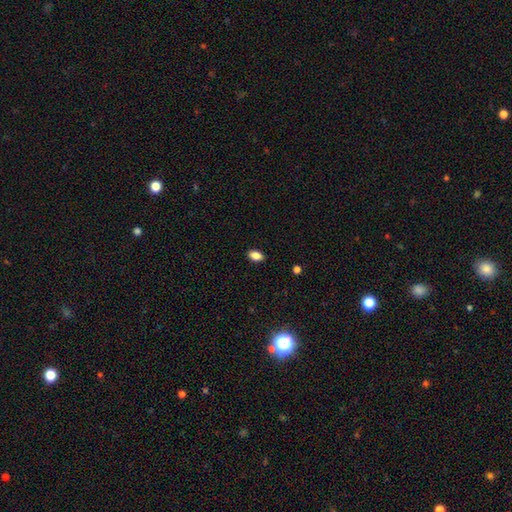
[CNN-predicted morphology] The model was most divided on "smooth or featured": smooth: 84%, star or artifact: 9%, featured or disk: 7%. More confident: merging — none (89%); how rounded — in between (89%).